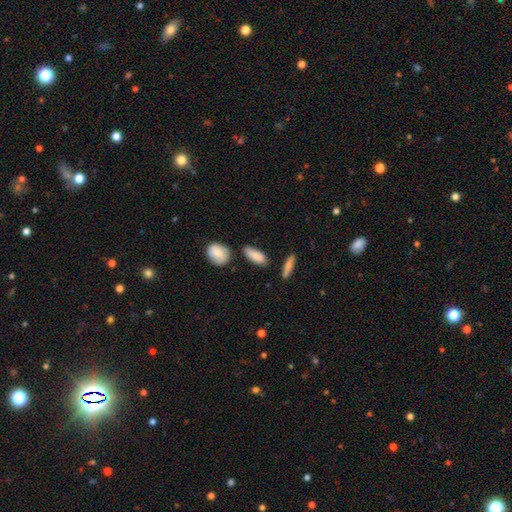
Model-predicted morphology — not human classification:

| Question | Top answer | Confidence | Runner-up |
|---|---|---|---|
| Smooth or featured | smooth | 84% | featured or disk (10%) |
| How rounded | in between | 61% | cigar-shaped (35%) |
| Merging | none | 75% | minor disturbance (15%) |